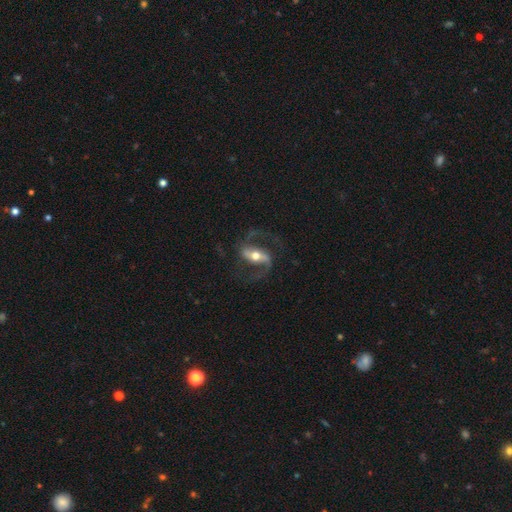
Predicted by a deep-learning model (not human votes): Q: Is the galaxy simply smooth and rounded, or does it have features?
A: featured or disk — 90%.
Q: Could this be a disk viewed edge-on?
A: no — 96%.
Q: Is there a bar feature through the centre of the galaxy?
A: strong — 55%.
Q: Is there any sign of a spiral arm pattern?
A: yes — 96%.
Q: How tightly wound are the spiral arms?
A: medium — 51%.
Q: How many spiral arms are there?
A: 2 — 94%.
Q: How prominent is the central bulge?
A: moderate — 71%.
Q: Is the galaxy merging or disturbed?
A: none — 77%.